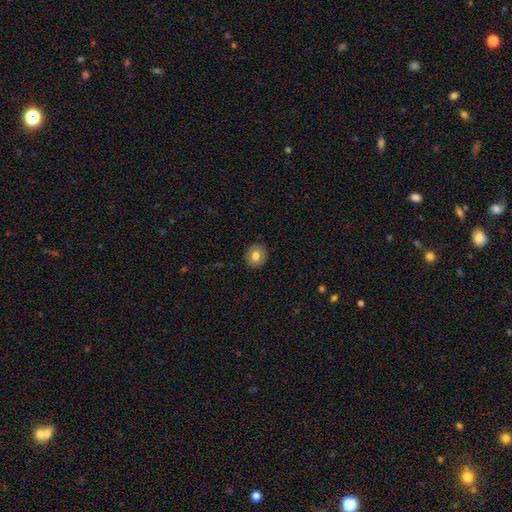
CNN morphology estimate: smooth_or_featured: smooth (p=0.76) [alt: featured or disk p=0.16]
how_rounded: round (p=0.82) [alt: in between p=0.17]
merging: none (p=0.90) [alt: minor disturbance p=0.07]